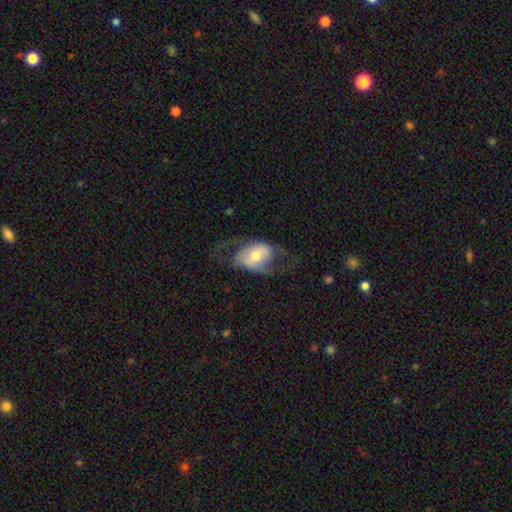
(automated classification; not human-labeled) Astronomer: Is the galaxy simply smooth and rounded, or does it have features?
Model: featured or disk — 57% (runner-up: smooth, 37%).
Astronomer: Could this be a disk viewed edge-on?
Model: no — 93%.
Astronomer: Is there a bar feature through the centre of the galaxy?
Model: no — 55%.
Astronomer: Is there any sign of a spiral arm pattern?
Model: yes — 66%.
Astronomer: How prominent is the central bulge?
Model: moderate — 58%.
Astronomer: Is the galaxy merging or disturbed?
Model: none — 47% (runner-up: major disturbance, 30%).